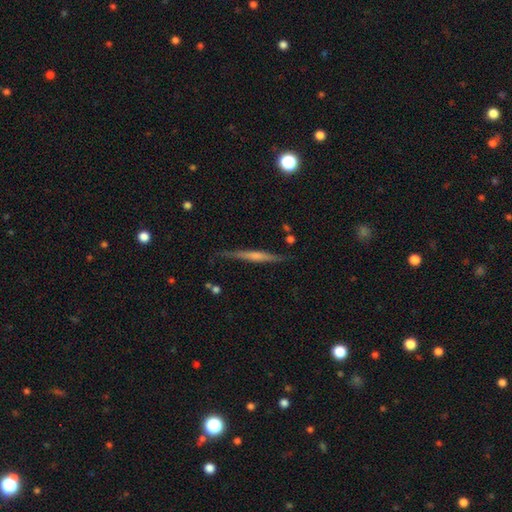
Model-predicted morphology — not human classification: This appears to be a featured or disk galaxy (65%) viewed edge-on (97%) with a rounded central bulge (50%). Merging: none (83%).